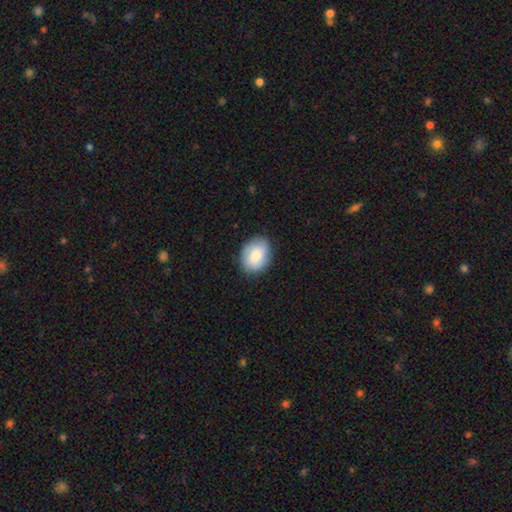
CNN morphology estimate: This is clearly a smooth galaxy (83%). How rounded: likely in between (70%). Merging: clearly none (84%).